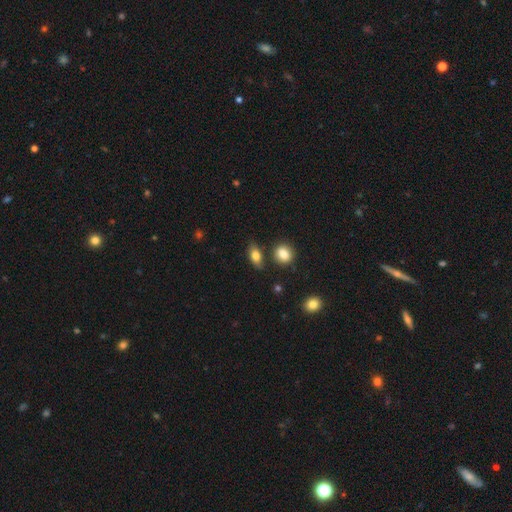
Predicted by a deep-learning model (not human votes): A smooth galaxy with no disk features (80%) that is in between round and cigar-shaped (82%). Merging: none (76%).